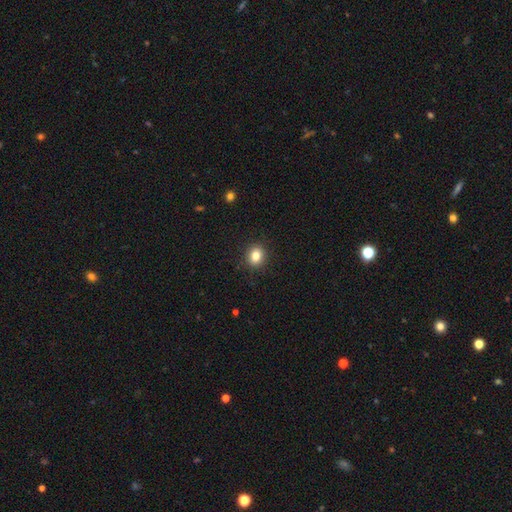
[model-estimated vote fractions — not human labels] smooth 83%, star or artifact 11%, featured or disk 7%. Down the decision tree: how rounded — round (66%); merging — none (91%).